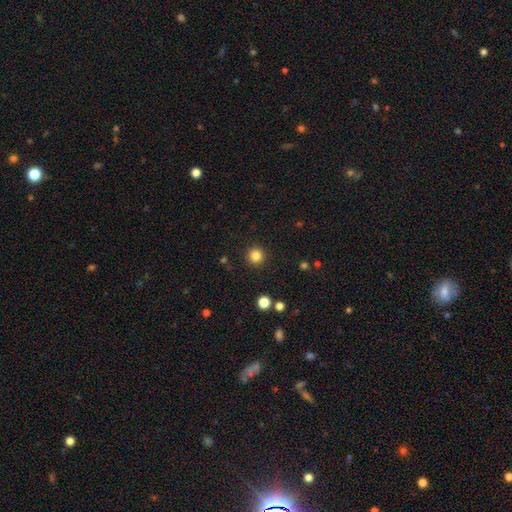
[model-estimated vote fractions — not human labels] Smooth or featured? Predicted: smooth (p=0.83). How rounded? Predicted: round (p=0.96). Merging? Predicted: none (p=0.92).